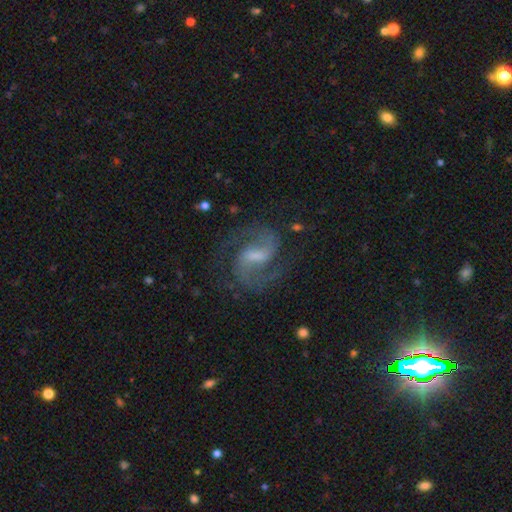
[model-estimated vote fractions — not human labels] Smooth or featured: featured or disk — 90% (star or artifact — 5%)
Edge-on disk: no — 98% (yes — 2%)
Bar: weak — 56% (strong — 31%)
Spiral arms: yes — 98% (no — 2%)
Spiral winding: medium — 66% (loose — 19%)
Spiral arm count: 2 — 92% (can't tell — 2%)
Bulge size: small — 39% (moderate — 32%)
Merging: none — 76% (minor disturbance — 14%)